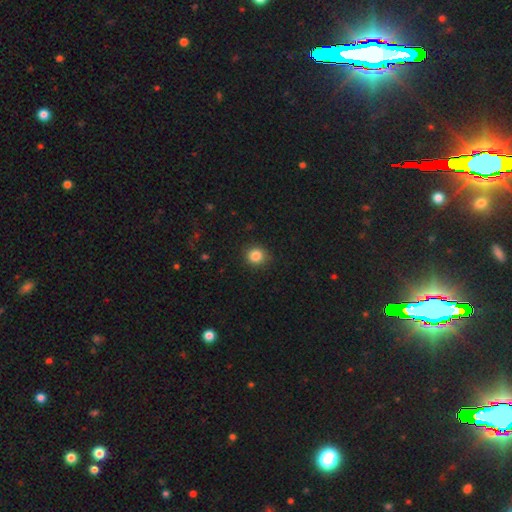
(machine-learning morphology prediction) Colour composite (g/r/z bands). It shows a smooth galaxy with no disk features (85%) that is round (89%). Merging: none (90%).